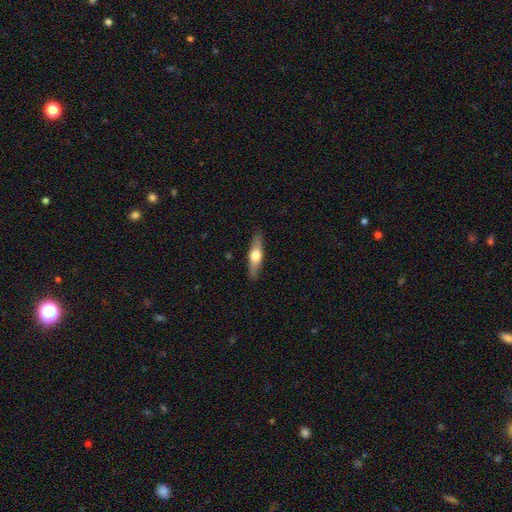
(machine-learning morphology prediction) Q: Smooth or featured?
A: featured or disk (49%); runner-up: smooth (45%)
Q: Merging?
A: none (89%); runner-up: minor disturbance (9%)